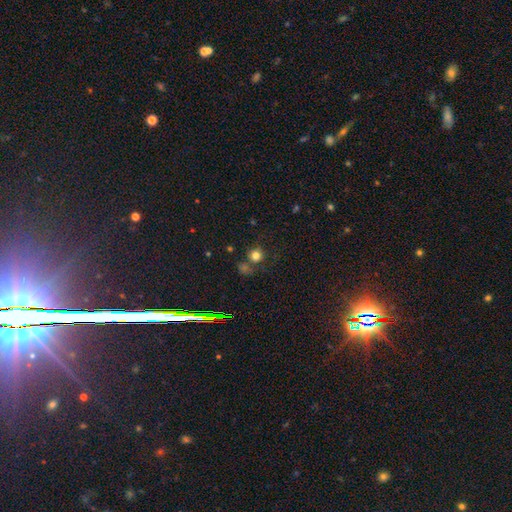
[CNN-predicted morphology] Overall: smooth (76%). How rounded: round (91%). Merging: none (65%).